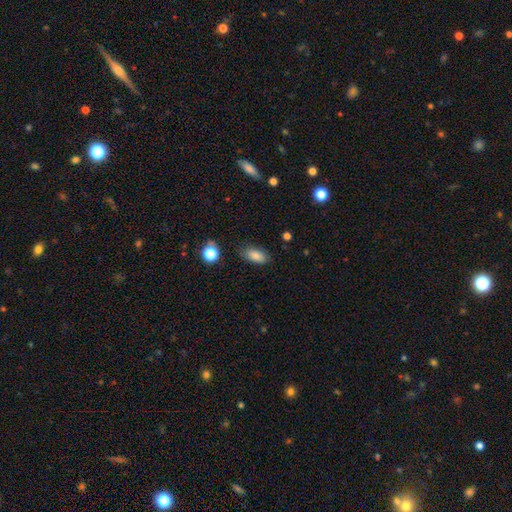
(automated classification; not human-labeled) Morphology: type=smooth (84%); roundness=in between (87%); merging=none (81%).